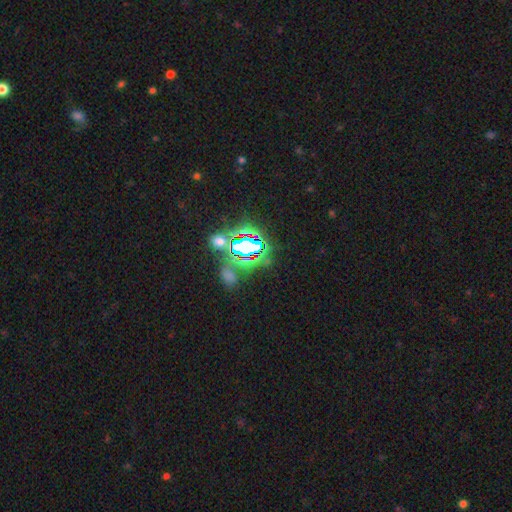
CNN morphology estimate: Overall: star or artifact (80%).